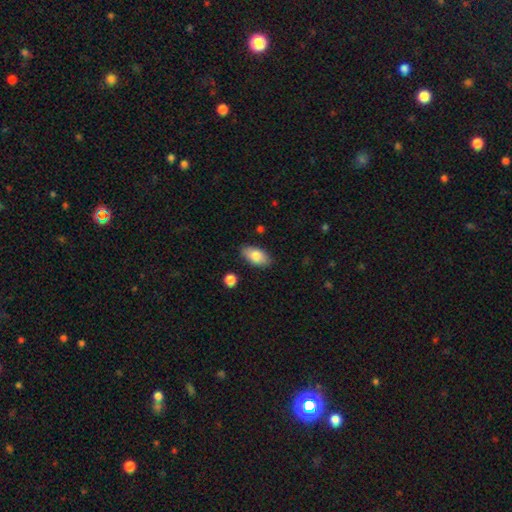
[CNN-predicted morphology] smooth_or_featured: smooth (p=0.80) [alt: featured or disk p=0.13]
how_rounded: in between (p=0.93) [alt: round p=0.04]
merging: none (p=0.84) [alt: minor disturbance p=0.12]